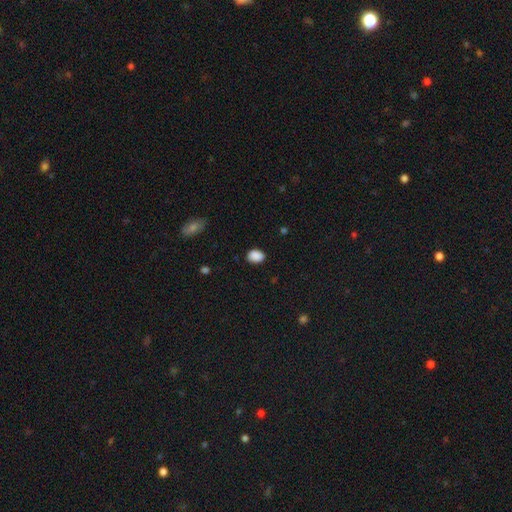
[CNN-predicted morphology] The model was most divided on "how rounded": in between: 76%, round: 23%, cigar-shaped: 1%. More confident: smooth or featured — smooth (89%); merging — none (84%).